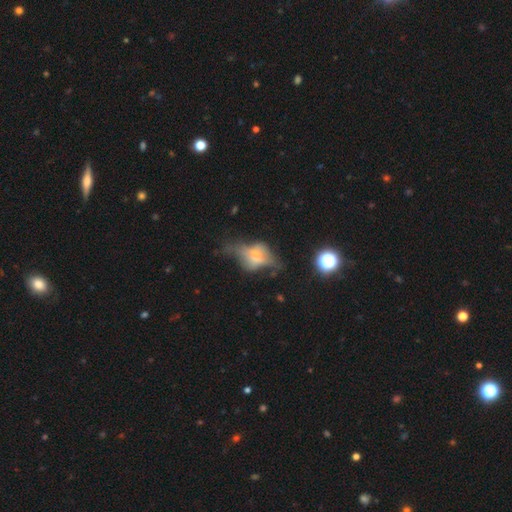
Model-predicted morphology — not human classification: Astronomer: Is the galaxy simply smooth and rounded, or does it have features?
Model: featured or disk — 59%.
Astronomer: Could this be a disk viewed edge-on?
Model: yes — 61% (runner-up: no, 39%).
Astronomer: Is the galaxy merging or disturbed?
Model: none — 40% (runner-up: major disturbance, 27%).